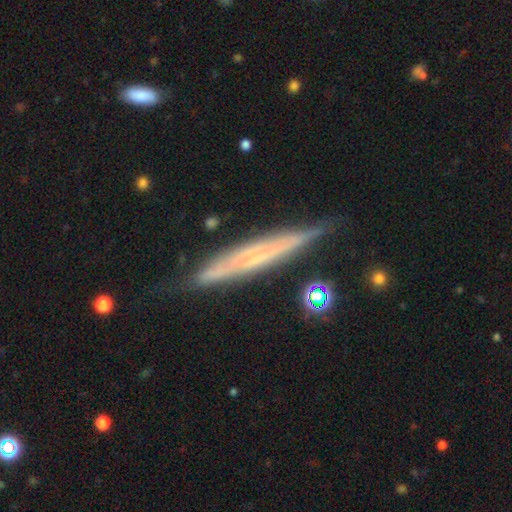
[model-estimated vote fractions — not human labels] This appears to be a featured or disk galaxy (64%) viewed edge-on (90%) with no central bulge (71%). Merging: none (76%).